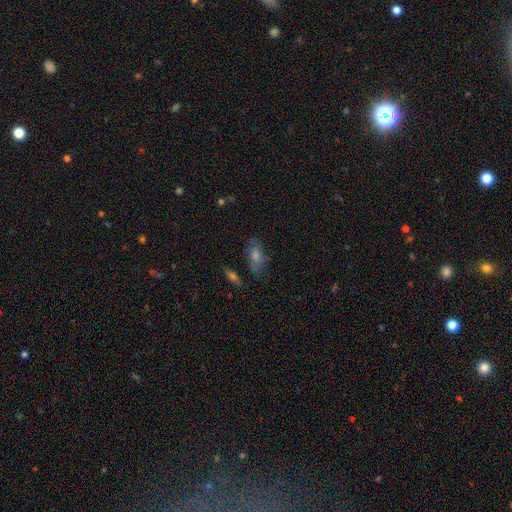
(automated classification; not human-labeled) This is marginally a smooth galaxy (44%). Merging: likely none (74%).